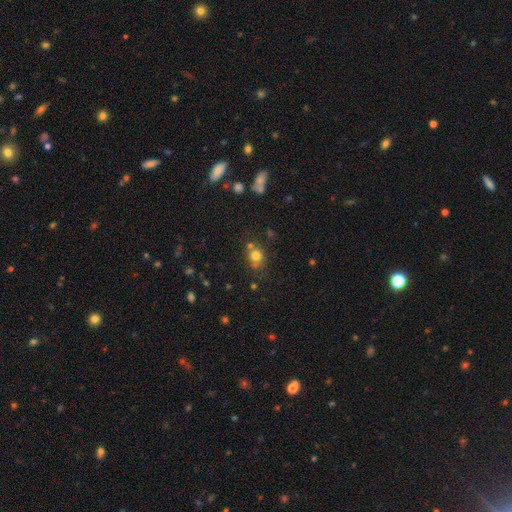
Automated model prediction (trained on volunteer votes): The model was most divided on "merging": none: 62%, merger: 19%, minor disturbance: 15%, major disturbance: 5%. More confident: how rounded — round (75%); smooth or featured — smooth (75%).